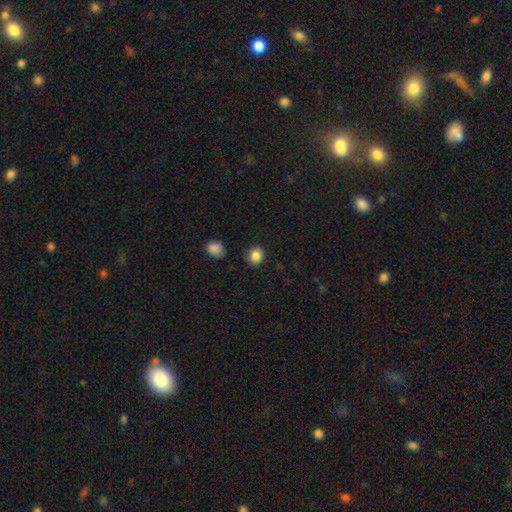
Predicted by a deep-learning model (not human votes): Smooth or featured? smooth (86%)
How rounded? round (83%)
Merging? none (84%)